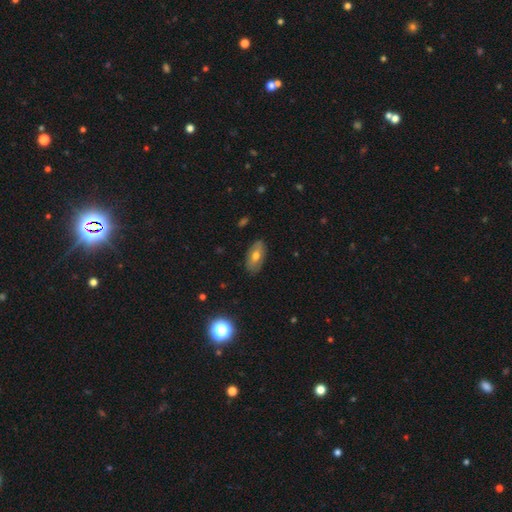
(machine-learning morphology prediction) This appears to be a smooth galaxy with no disk features (57%) that is in between round and cigar-shaped (91%). Merging: none (84%).